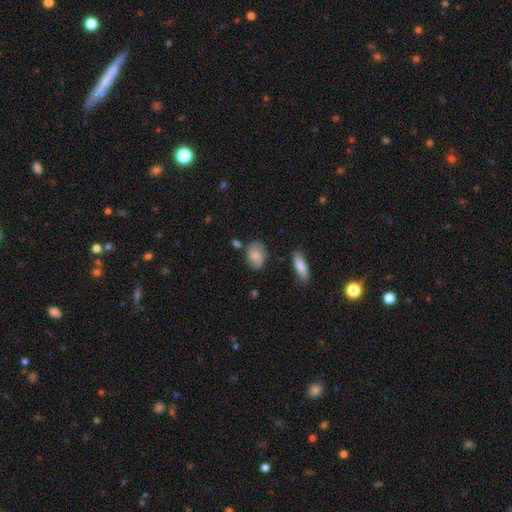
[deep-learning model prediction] Smooth or featured? Predicted: smooth (p=0.69). How rounded? Predicted: in between (p=0.70). Merging? Predicted: none (p=0.68).